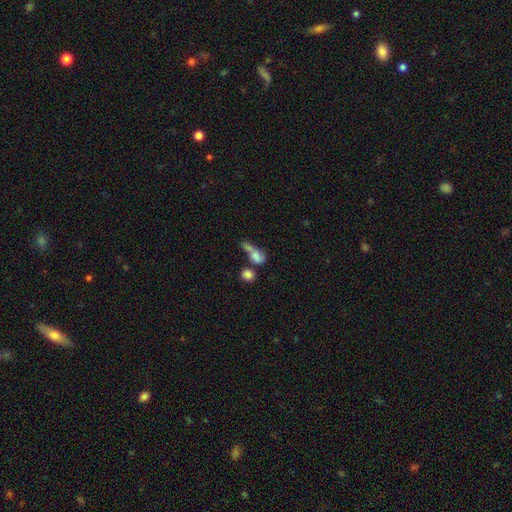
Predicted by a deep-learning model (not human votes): A smooth galaxy with no disk features (72%) that is in between round and cigar-shaped (63%). Merging: merger (53%).